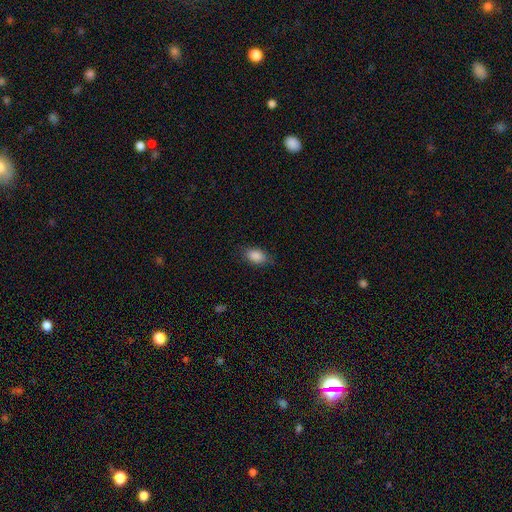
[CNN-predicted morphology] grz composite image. It shows a smooth galaxy with no disk features (88%) that is in between round and cigar-shaped (90%). Merging: none (81%).